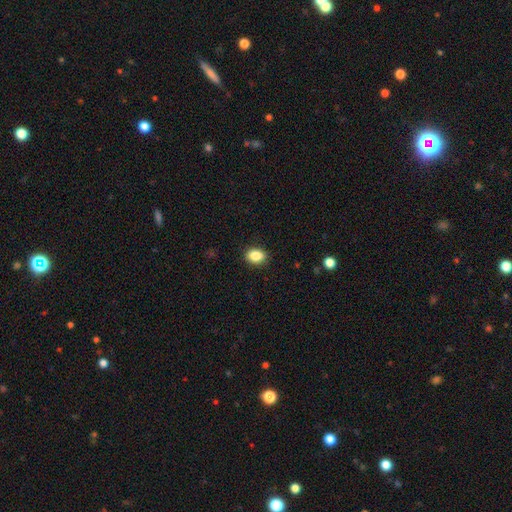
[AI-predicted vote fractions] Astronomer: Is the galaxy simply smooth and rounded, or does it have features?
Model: smooth — 87%.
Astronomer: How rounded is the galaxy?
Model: in between — 73%.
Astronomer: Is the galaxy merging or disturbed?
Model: none — 89%.